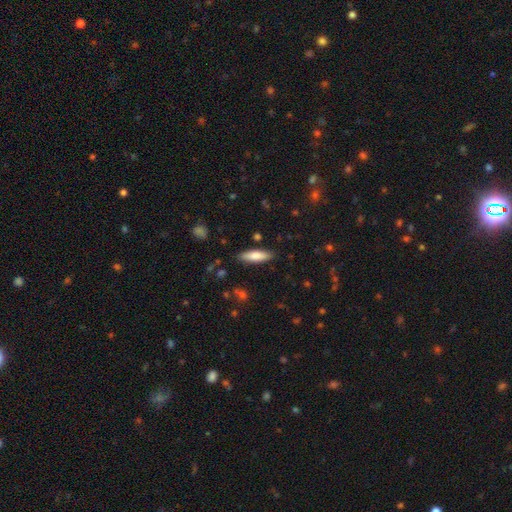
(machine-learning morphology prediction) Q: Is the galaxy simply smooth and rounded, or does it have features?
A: smooth — 77%.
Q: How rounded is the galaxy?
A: cigar-shaped — 58%.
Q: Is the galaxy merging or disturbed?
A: none — 86%.